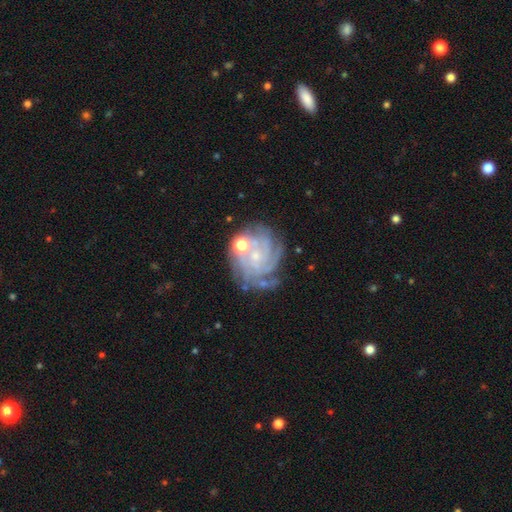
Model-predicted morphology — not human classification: featured or disk 83%, star or artifact 9%, smooth 8%. Down the decision tree: edge-on disk — no (98%); bar — no (71%); spiral arms — yes (96%); spiral arm count — 4 (28%); spiral winding — tight (72%); bulge size — small (68%); merging — none (64%).